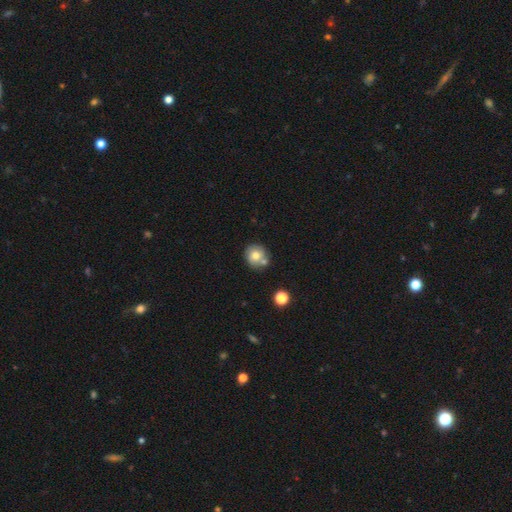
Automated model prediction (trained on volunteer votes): Smooth or featured? smooth (69%)
How rounded? round (88%)
Merging? none (60%)